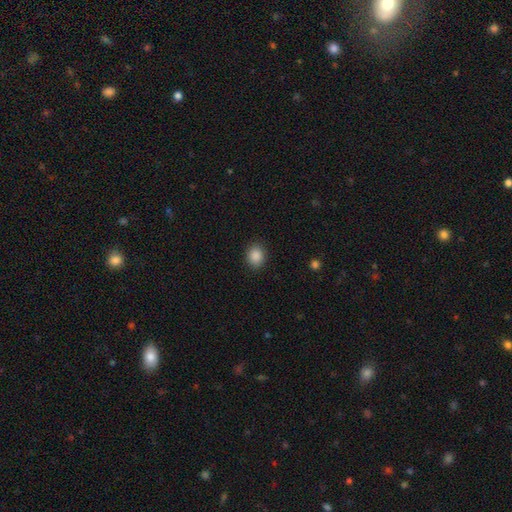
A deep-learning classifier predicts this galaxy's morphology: Overall: smooth (88%). How rounded: round (63%; in between 37%). Merging: none (89%).